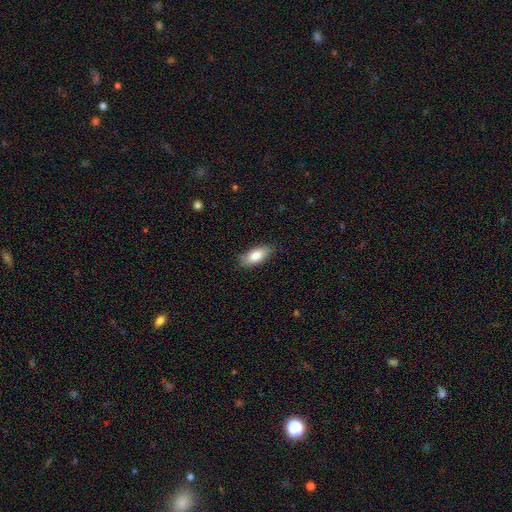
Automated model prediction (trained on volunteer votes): This is clearly a smooth galaxy (83%). How rounded: clearly in between (86%). Merging: likely none (79%).